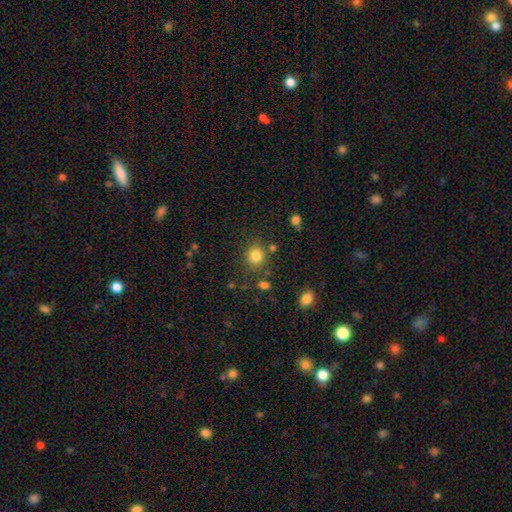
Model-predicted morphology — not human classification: Smooth or featured: smooth — 82% (star or artifact — 12%)
How rounded: round — 79% (in between — 20%)
Merging: none — 80% (minor disturbance — 11%)